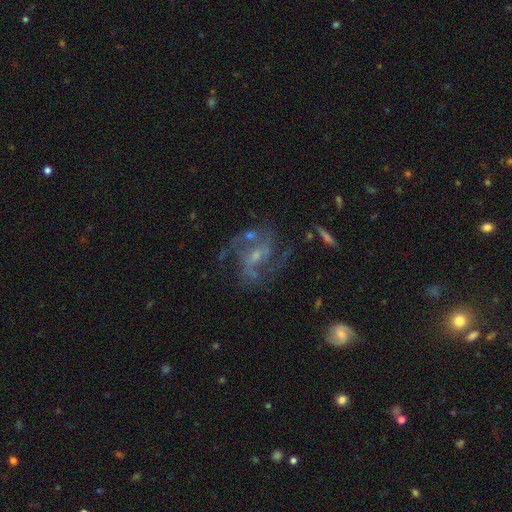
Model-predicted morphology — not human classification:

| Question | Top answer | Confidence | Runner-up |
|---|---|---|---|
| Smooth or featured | featured or disk | 84% | star or artifact (9%) |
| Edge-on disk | no | 97% | yes (3%) |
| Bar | weak | 47% | no (30%) |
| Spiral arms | yes | 94% | no (6%) |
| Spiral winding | medium | 55% | loose (25%) |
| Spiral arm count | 2 | 54% | 3 (19%) |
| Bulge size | small | 61% | moderate (29%) |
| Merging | none | 62% | minor disturbance (16%) |